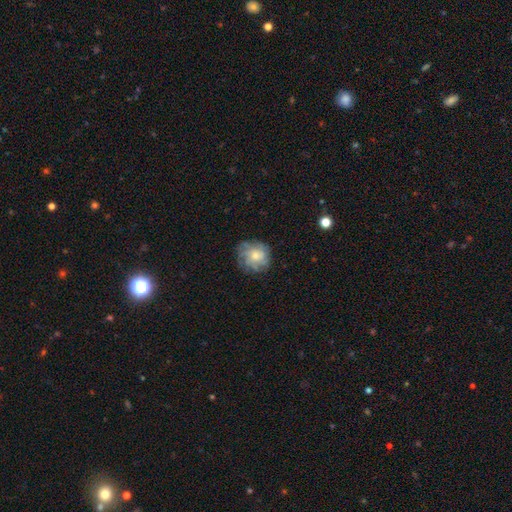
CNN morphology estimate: Smooth or featured: featured or disk — 55% (smooth — 35%)
Edge-on disk: no — 97% (yes — 3%)
Bar: no — 81% (weak — 17%)
Spiral arms: yes — 78% (no — 22%)
Bulge size: moderate — 49% (small — 41%)
Merging: none — 76% (minor disturbance — 16%)